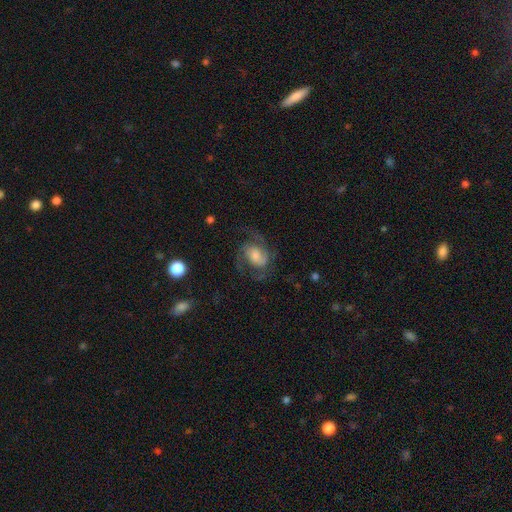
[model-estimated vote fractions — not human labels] This appears to be a featured or disk galaxy (80%) with no bar (53%), 2 (76%) medium (54%) spiral arms (95%) and a moderate central bulge (40%). Merging: none (66%).